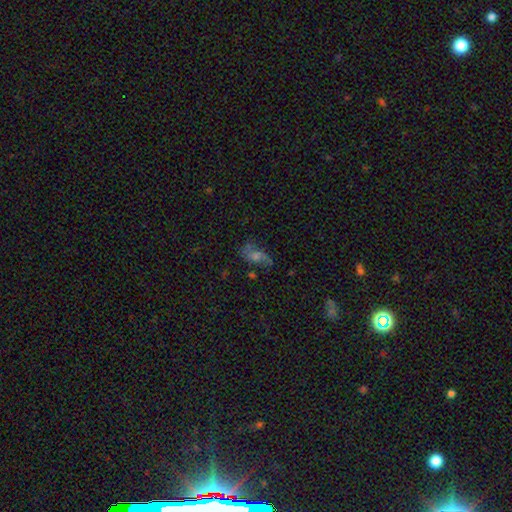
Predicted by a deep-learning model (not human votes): Smooth or featured: featured or disk — 54% (smooth — 28%)
Edge-on disk: no — 91% (yes — 9%)
Merging: none — 58% (minor disturbance — 22%)